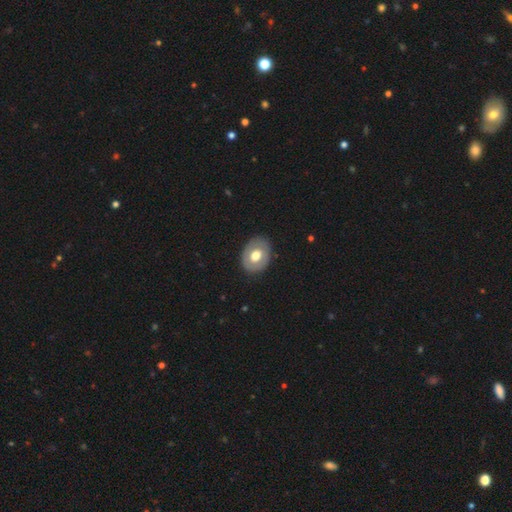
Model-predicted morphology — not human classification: Smooth or featured? smooth (55%)
How rounded? in between (60%)
Merging? none (84%)